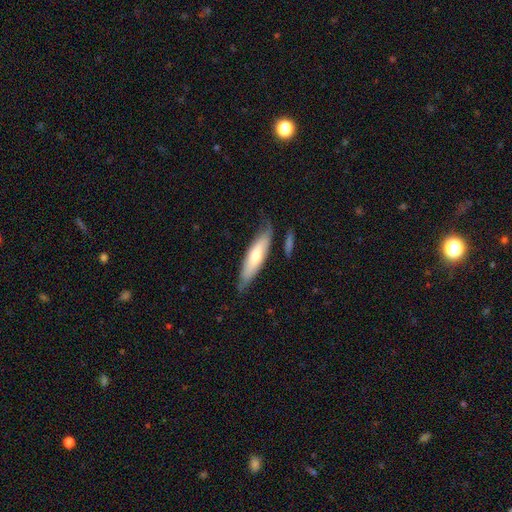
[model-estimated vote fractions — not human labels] A smooth galaxy with no disk features (57%) that is cigar-shaped (66%). Merging: none (71%).